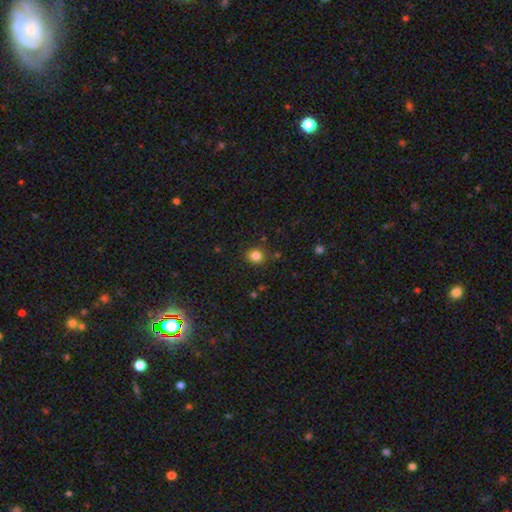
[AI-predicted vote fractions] smooth-or-featured: smooth: 83% | star or artifact: 12% | featured or disk: 5%
  how-rounded: round: 75% | in between: 24% | cigar-shaped: 1%
  merging: none: 85% | minor disturbance: 10% | major disturbance: 3% | merger: 2%